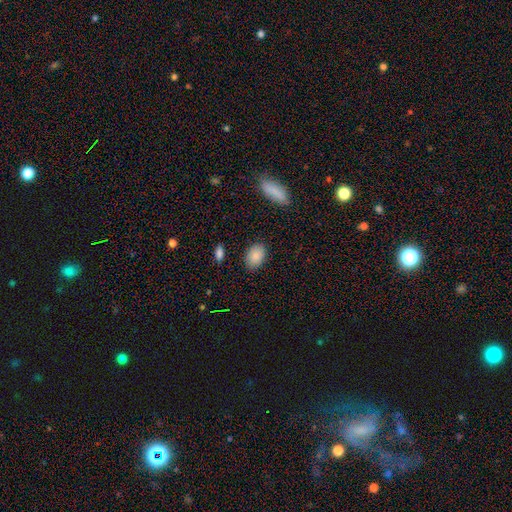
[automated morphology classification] Smooth or featured: smooth — 87% (star or artifact — 7%)
How rounded: in between — 86% (round — 12%)
Merging: none — 86% (minor disturbance — 10%)